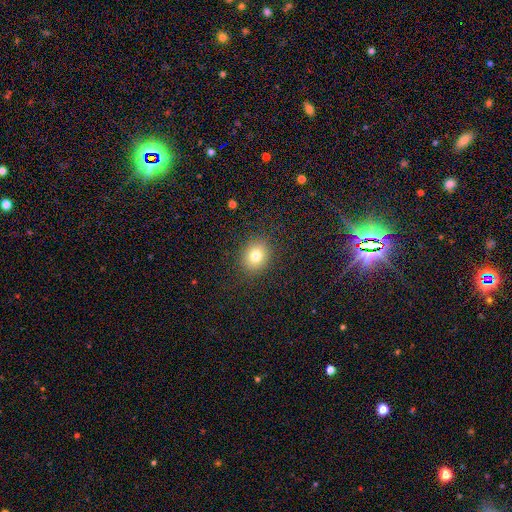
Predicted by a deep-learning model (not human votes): smooth-or-featured: smooth: 78% | star or artifact: 13% | featured or disk: 10%
  how-rounded: round: 65% | in between: 35% | cigar-shaped: 1%
  merging: none: 88% | minor disturbance: 8% | major disturbance: 3% | merger: 1%